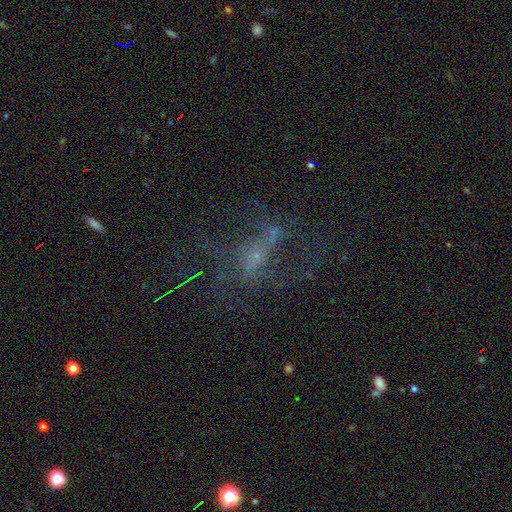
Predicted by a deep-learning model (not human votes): This is likely a featured or disk galaxy (60%). It is clearly not viewed edge-on (96%). Bar: possibly no (60%). Spiral arm pattern: possibly yes (57%). Central bulge: possibly small (58%). Merging: possibly none (48%).